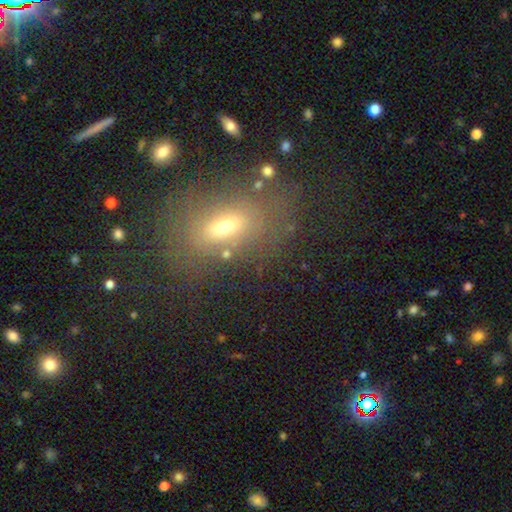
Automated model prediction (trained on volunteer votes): Smooth or featured: smooth — 54% (star or artifact — 24%)
How rounded: in between — 79% (round — 13%)
Merging: none — 73% (minor disturbance — 14%)